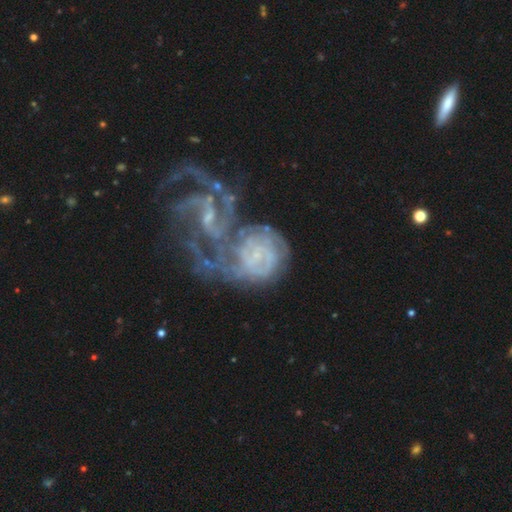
Smooth or featured? 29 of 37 (78%) said featured or disk. Edge-on disk? 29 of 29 (100%) said no. Bar? 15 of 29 (52%) said no. Spiral arms? 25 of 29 (86%) said yes. Spiral winding? 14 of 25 (56%) said tight. Spiral arm count? 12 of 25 (48%) said 2. Bulge size? 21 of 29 (72%) said small. Merging? 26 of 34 (76%) said merger.